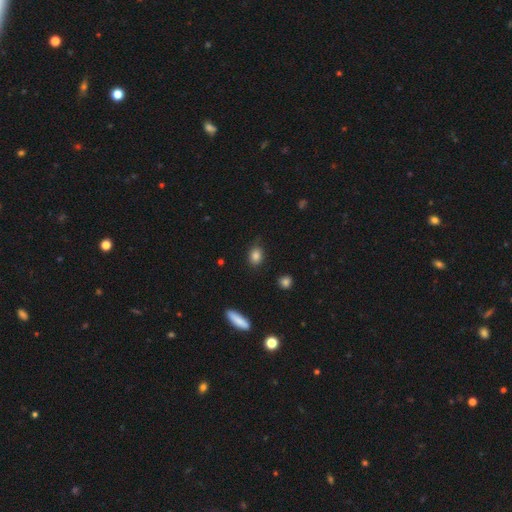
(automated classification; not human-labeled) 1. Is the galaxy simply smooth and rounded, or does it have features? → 84% smooth, 10% star or artifact, 6% featured or disk.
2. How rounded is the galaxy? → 66% in between, 32% round, 2% cigar-shaped.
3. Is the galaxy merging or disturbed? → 80% none, 15% minor disturbance, 4% major disturbance, 2% merger.